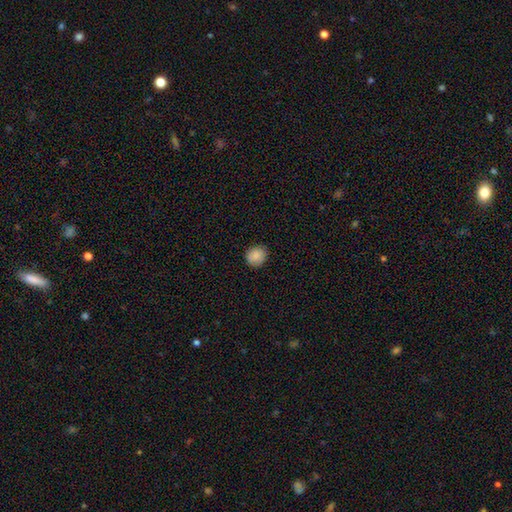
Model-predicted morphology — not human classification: This appears to be a smooth galaxy with no disk features (87%) that is round (81%). Merging: none (87%).